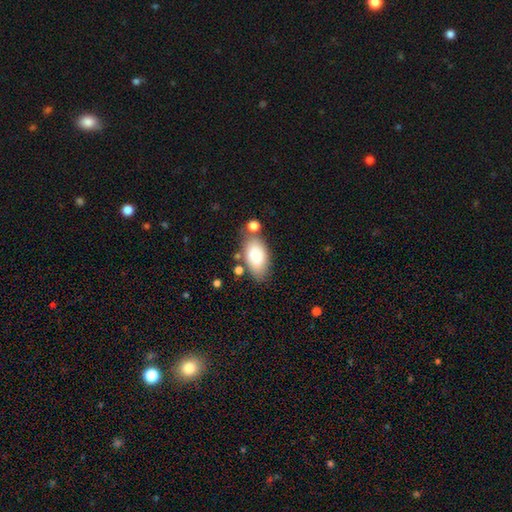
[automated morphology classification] Smooth or featured? smooth (83%)
How rounded? in between (93%)
Merging? none (63%)